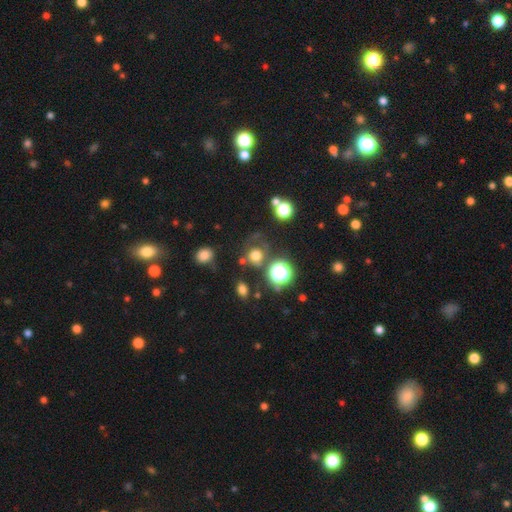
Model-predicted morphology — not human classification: Smooth or featured?
  - smooth: 65% *
  - star or artifact: 23%
  - featured or disk: 12%
How rounded?
  - round: 85% *
  - in between: 14%
  - cigar-shaped: 1%
Merging?
  - none: 62% *
  - minor disturbance: 16%
  - major disturbance: 12%
  - merger: 10%